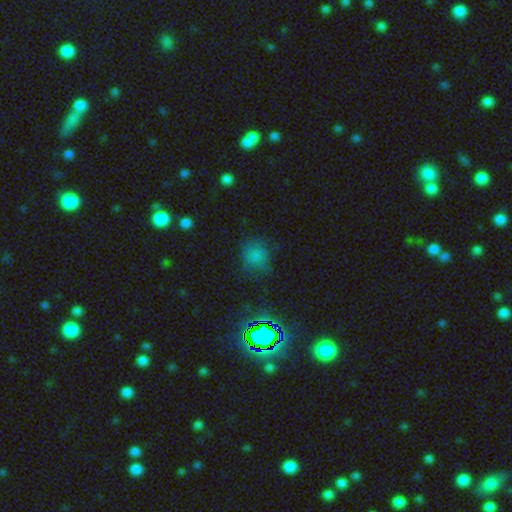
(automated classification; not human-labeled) A smooth galaxy with no disk features (66%) that is round (82%). Merging: none (70%).